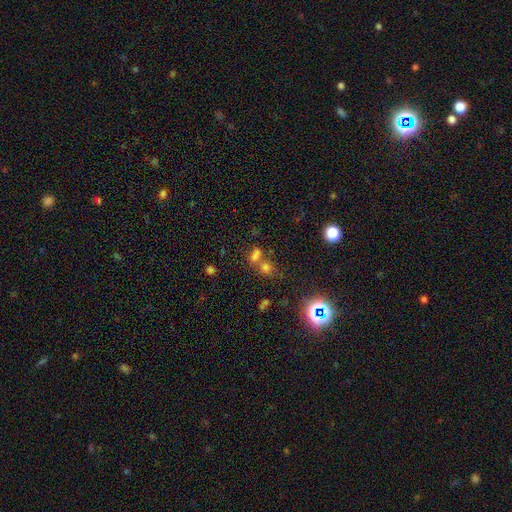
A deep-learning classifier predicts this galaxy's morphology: Smooth or featured? Predicted: smooth (p=0.60). How rounded? Predicted: in between (p=0.56). Merging? Predicted: merger (p=0.51).